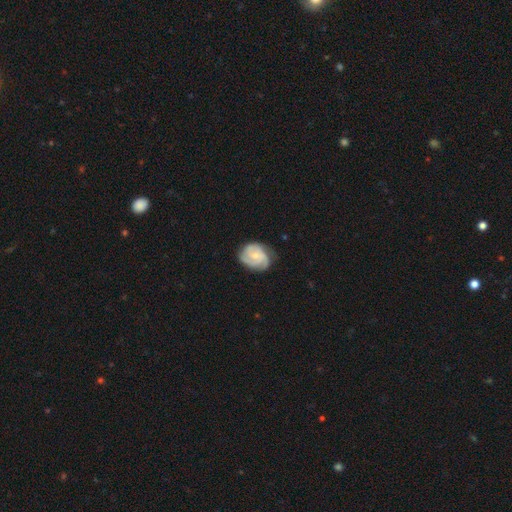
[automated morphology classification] The model was most divided on "spiral winding": tight: 56%, medium: 36%, loose: 9%. Remaining: edge-on disk — no (98%); spiral arms — yes (95%); smooth or featured — featured or disk (75%); merging — none (66%); bar — no (65%); bulge size — small (57%); spiral arm count — 3 (48%).